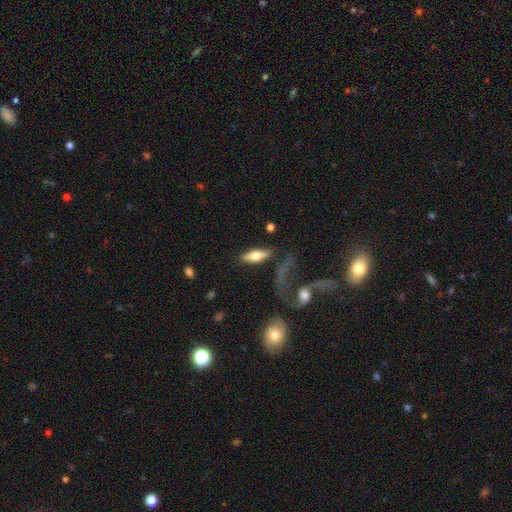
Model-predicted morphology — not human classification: This is possibly a smooth galaxy (57%). How rounded: likely in between (69%). Merging: likely none (75%).